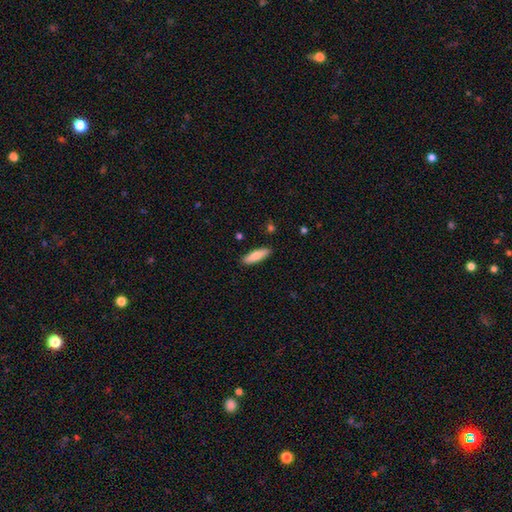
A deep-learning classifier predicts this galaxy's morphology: Smooth or featured?
  - smooth: 81% *
  - featured or disk: 13%
  - star or artifact: 6%
How rounded?
  - cigar-shaped: 61% *
  - in between: 37%
  - round: 2%
Merging?
  - none: 88% *
  - minor disturbance: 8%
  - major disturbance: 2%
  - merger: 1%